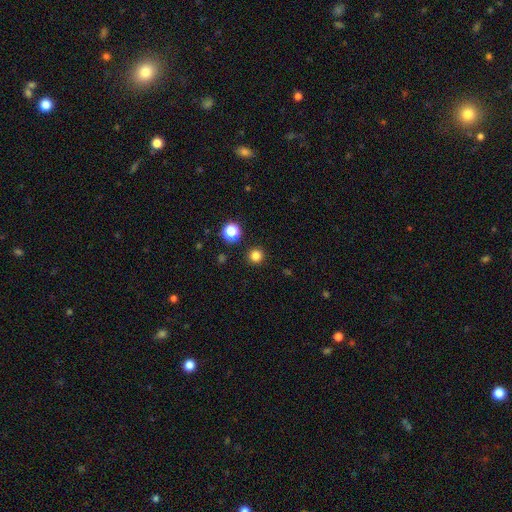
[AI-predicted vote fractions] This appears to be a smooth galaxy with no disk features (82%) that is round (96%). Merging: none (92%).